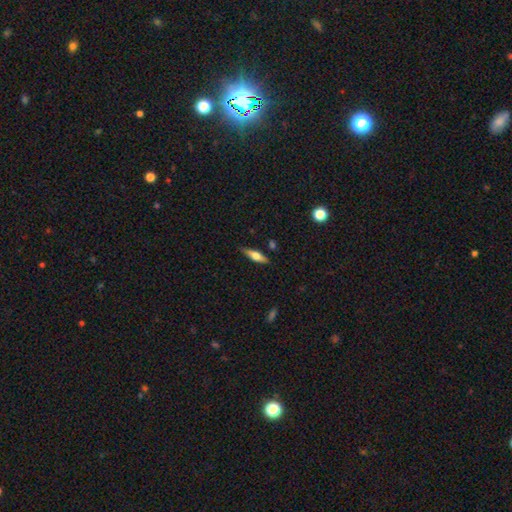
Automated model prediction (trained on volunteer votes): Smooth or featured? smooth (47%, tied with featured or disk)
Merging? none (84%)